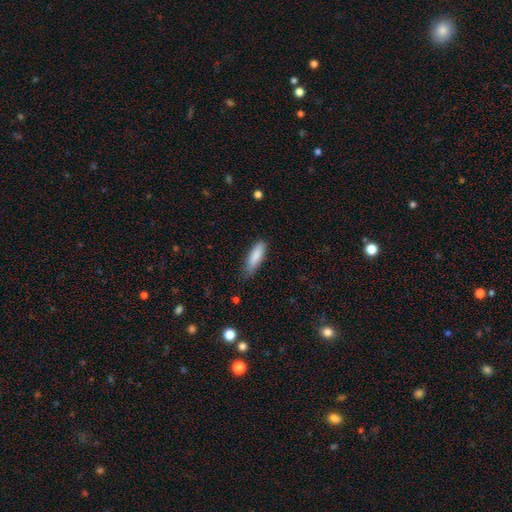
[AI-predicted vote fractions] The model was most divided on "how rounded": cigar-shaped: 55%, in between: 43%, round: 2%. More confident: smooth or featured — smooth (86%); merging — none (71%).